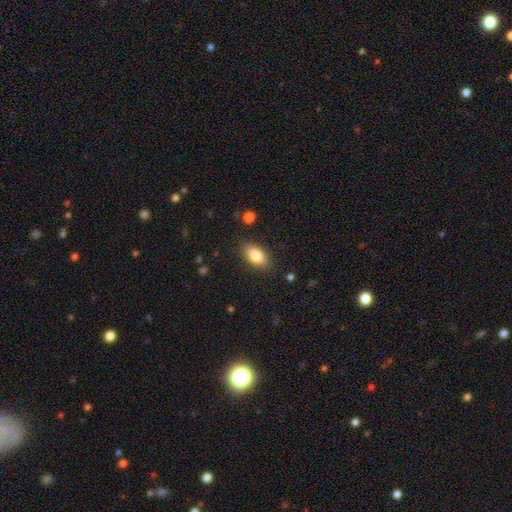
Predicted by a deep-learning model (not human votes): This appears to be a smooth galaxy with no disk features (83%) that is in between round and cigar-shaped (89%). Merging: none (85%).